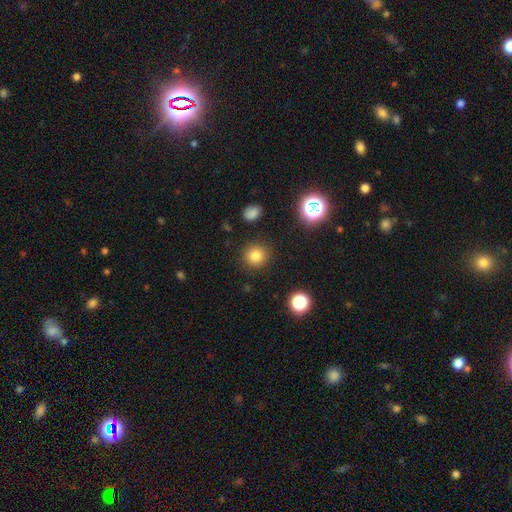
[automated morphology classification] Smooth or featured? smooth (80%)
How rounded? round (91%)
Merging? none (89%)